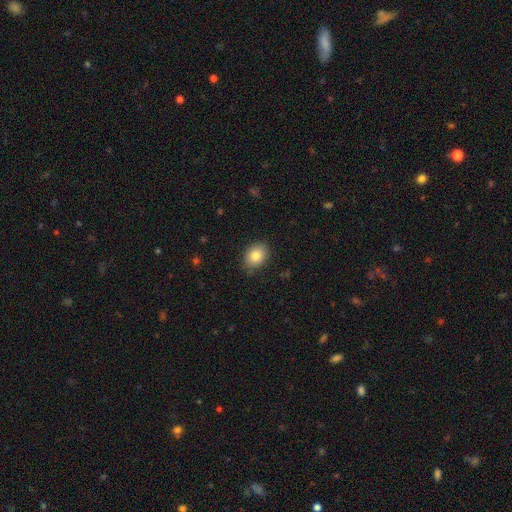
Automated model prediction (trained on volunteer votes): This appears to be a smooth galaxy with no disk features (84%) that is in between round and cigar-shaped (61%). Merging: none (84%).